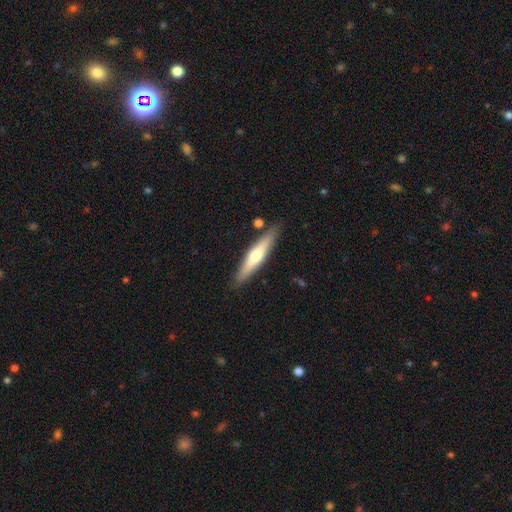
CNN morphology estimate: Smooth or featured? smooth (49%)
Merging? none (85%)